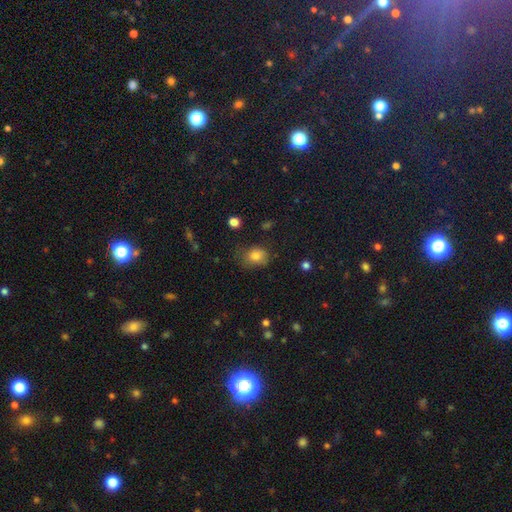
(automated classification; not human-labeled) Smooth or featured?
  - smooth: 80% *
  - star or artifact: 11%
  - featured or disk: 9%
How rounded?
  - round: 53% *
  - in between: 46%
  - cigar-shaped: 1%
Merging?
  - none: 59% *
  - minor disturbance: 28%
  - major disturbance: 10%
  - merger: 2%